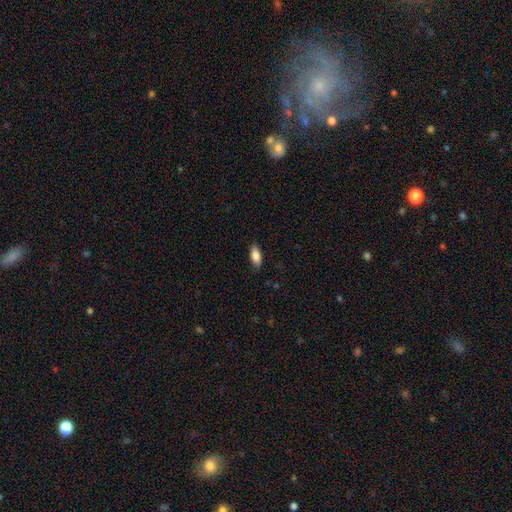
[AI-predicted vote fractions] Overall: smooth (84%). How rounded: in between (84%). Merging: none (85%).